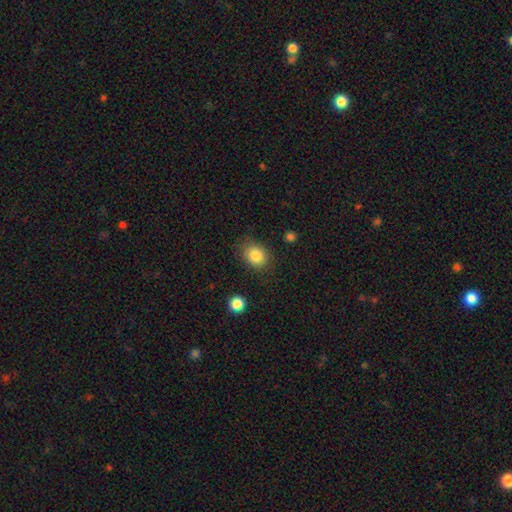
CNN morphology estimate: A smooth galaxy with no disk features (84%) that is round (50%). Merging: none (82%).